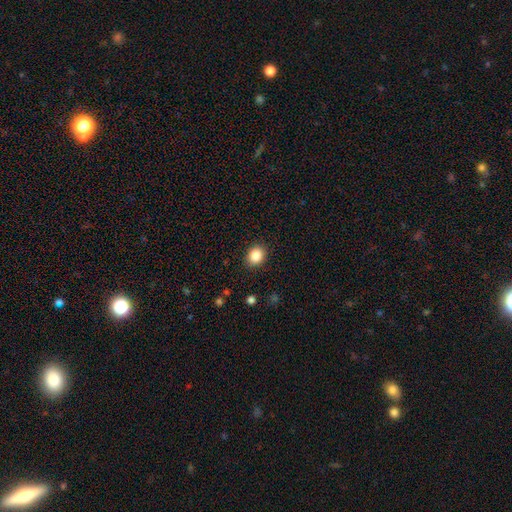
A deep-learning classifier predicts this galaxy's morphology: This appears to be a smooth galaxy with no disk features (86%) that is round (56%). Merging: none (89%).